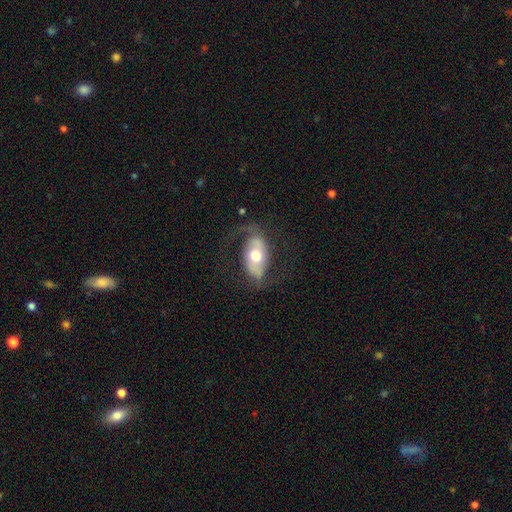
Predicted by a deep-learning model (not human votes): Smooth or featured: featured or disk — 67% (smooth — 27%)
Edge-on disk: no — 93% (yes — 7%)
Bar: no — 48% (weak — 31%)
Spiral arms: yes — 81% (no — 19%)
Spiral winding: loose — 57% (medium — 33%)
Spiral arm count: 2 — 81% (1 — 11%)
Bulge size: moderate — 70% (large — 18%)
Merging: none — 61% (major disturbance — 19%)